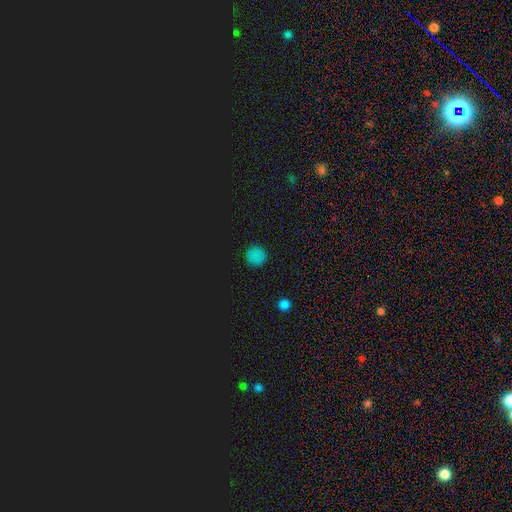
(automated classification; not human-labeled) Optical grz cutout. It shows a smooth galaxy with no disk features (75%) that is round (94%). Merging: none (91%).